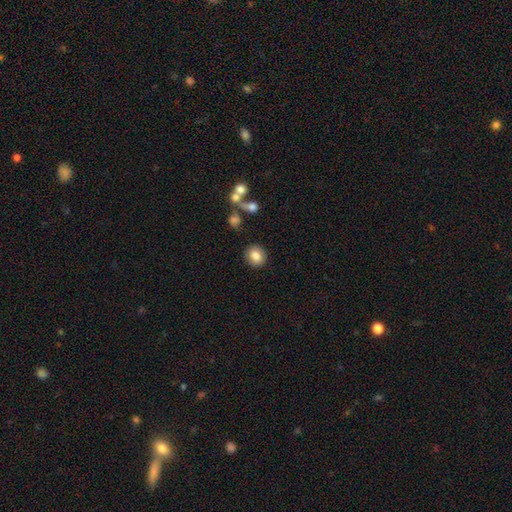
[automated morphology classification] Smooth or featured? Predicted: smooth (p=0.83). How rounded? Predicted: round (p=0.83). Merging? Predicted: none (p=0.88).